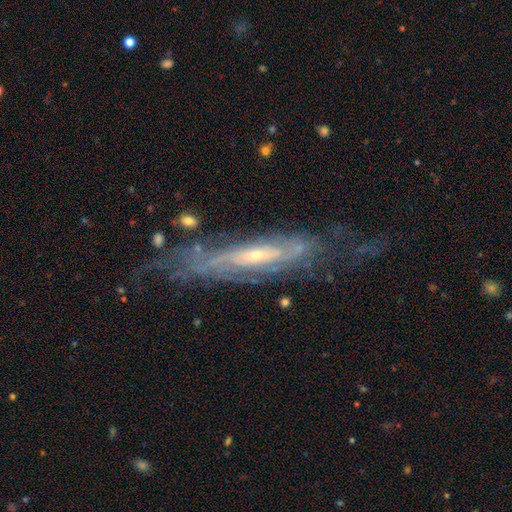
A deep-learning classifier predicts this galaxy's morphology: A featured or disk galaxy (83%) with no bar (46%), spiral arms (86%) and a small central bulge (63%). Merging: none (61%).